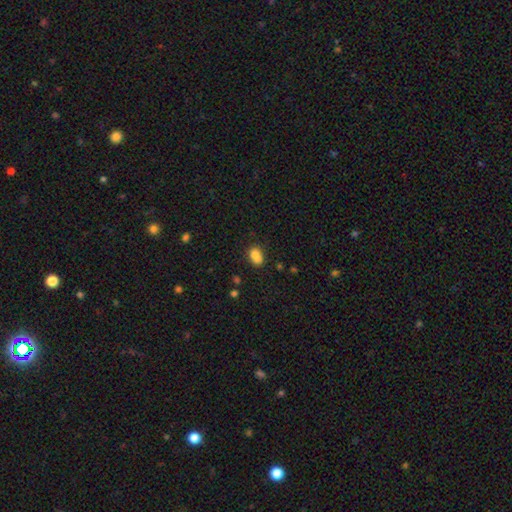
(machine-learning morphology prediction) Overall: smooth (77%). How rounded: in between (63%; round 35%). Merging: merger (40%, tied with none).